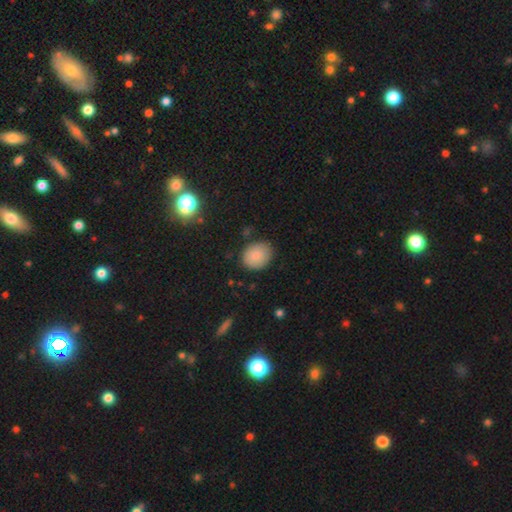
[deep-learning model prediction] A smooth galaxy with no disk features (85%) that is round (59%).

Vote fractions:
- Smooth or featured? smooth: 85% / star or artifact: 8% / featured or disk: 6%
- How rounded? round: 59% / in between: 40% / cigar-shaped: 1%
- Merging? none: 78% / minor disturbance: 16% / major disturbance: 4% / merger: 2%